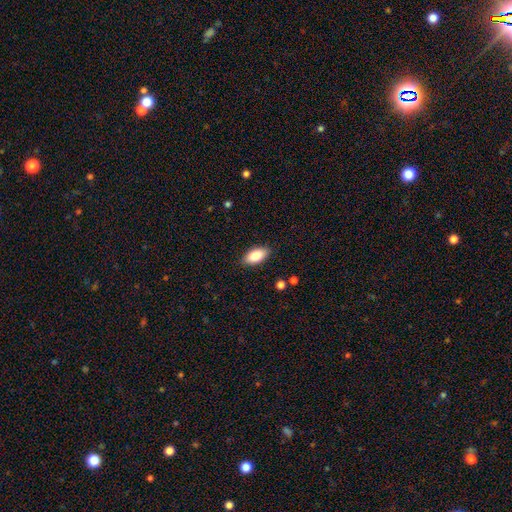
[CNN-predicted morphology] Overall: smooth (85%). How rounded: in between (91%). Merging: none (87%).